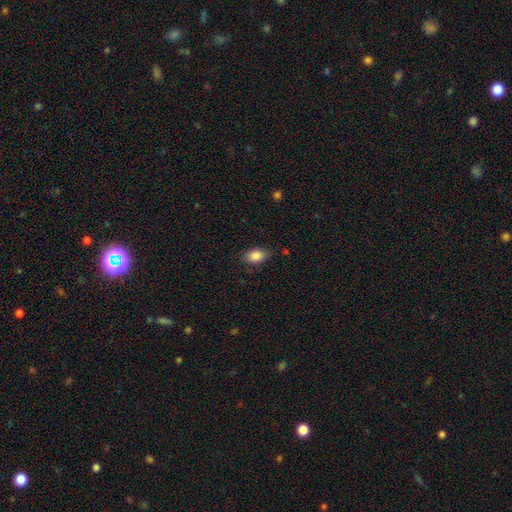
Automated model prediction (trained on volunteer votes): Overall: smooth (87%). How rounded: in between (86%). Merging: none (81%).